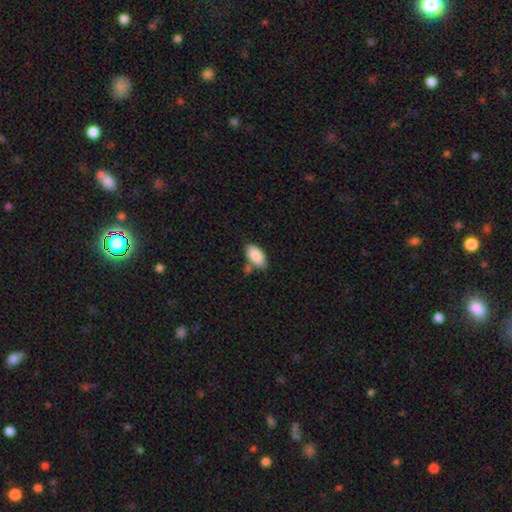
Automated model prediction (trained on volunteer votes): smooth 88%, star or artifact 6%, featured or disk 6%. Down the decision tree: how rounded — in between (94%); merging — none (65%).